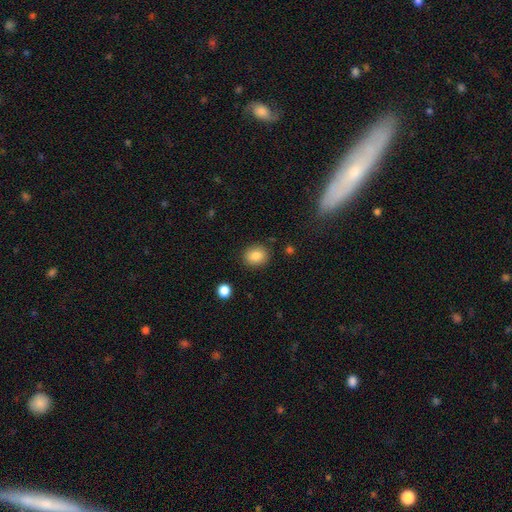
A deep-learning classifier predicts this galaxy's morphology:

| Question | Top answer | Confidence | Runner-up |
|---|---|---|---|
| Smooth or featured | smooth | 85% | star or artifact (9%) |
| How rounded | round | 64% | in between (35%) |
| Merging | none | 86% | minor disturbance (9%) |